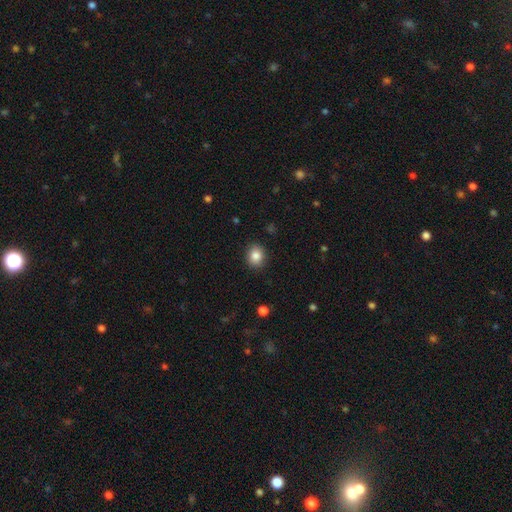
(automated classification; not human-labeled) smooth 85%, star or artifact 10%, featured or disk 6%. Down the decision tree: how rounded — round (62%); merging — none (89%).